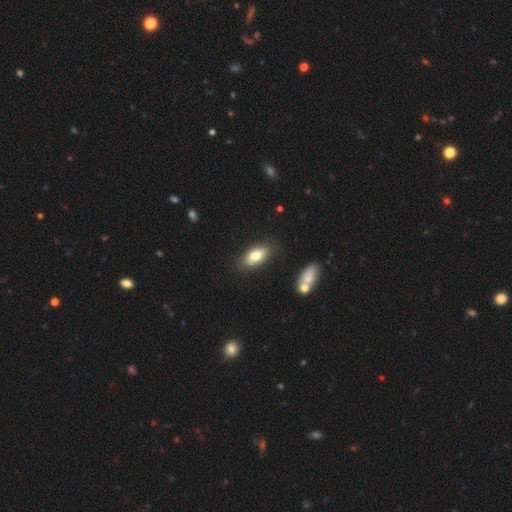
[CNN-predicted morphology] Q: Smooth or featured?
A: smooth (78%); runner-up: featured or disk (15%)
Q: How rounded?
A: in between (89%); runner-up: cigar-shaped (7%)
Q: Merging?
A: none (85%); runner-up: minor disturbance (10%)